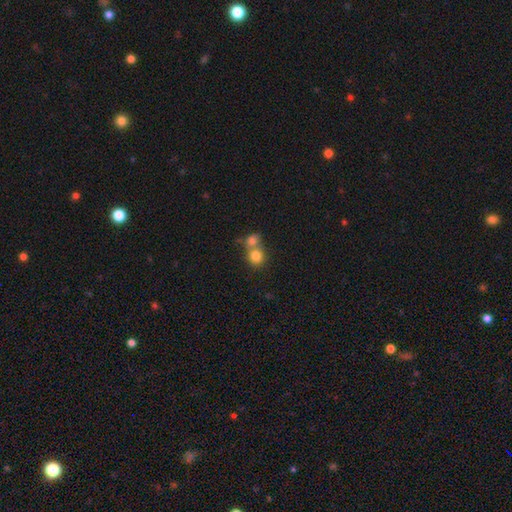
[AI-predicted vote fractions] A smooth galaxy with no disk features (81%) that is round (82%). Merging: merger (52%).